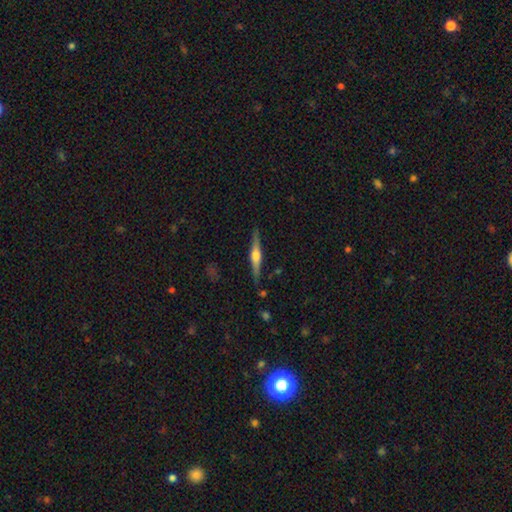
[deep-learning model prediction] A featured or disk galaxy (74%) viewed edge-on (98%) with a rounded central bulge (87%). Merging: none (87%).